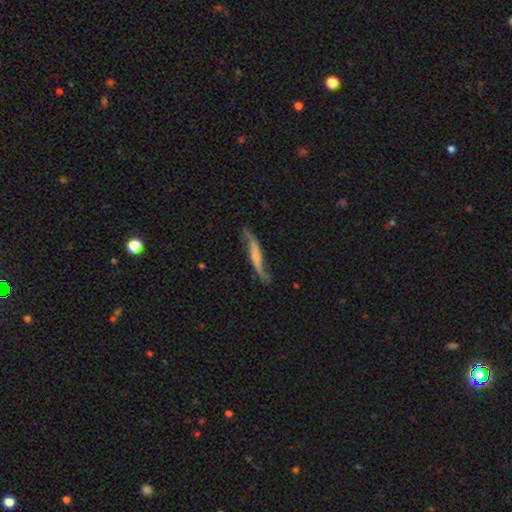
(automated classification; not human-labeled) Smooth or featured? Predicted: featured or disk (p=0.74). Edge-on disk? Predicted: no (p=0.61). Merging? Predicted: none (p=0.66).